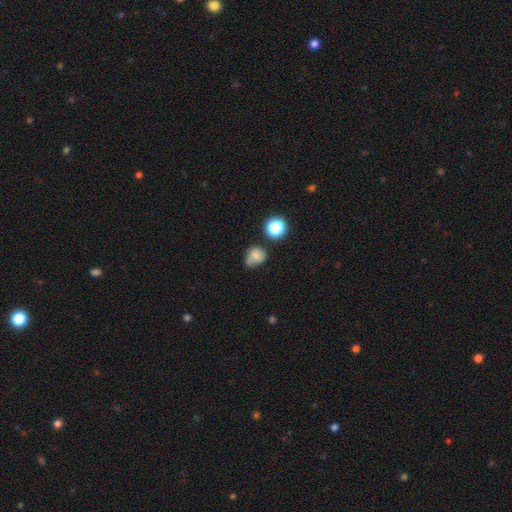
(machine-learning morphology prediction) Q: Smooth or featured?
A: smooth (72%); runner-up: featured or disk (15%)
Q: How rounded?
A: round (72%); runner-up: in between (27%)
Q: Merging?
A: none (47%); runner-up: minor disturbance (31%)